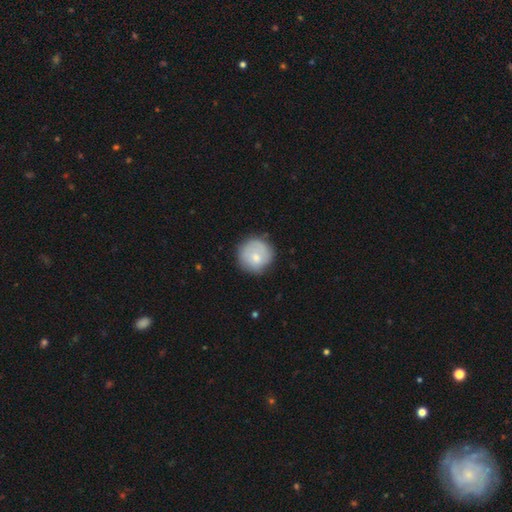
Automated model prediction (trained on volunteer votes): Smooth or featured? Predicted: smooth (p=0.71). How rounded? Predicted: round (p=0.93). Merging? Predicted: none (p=0.76).